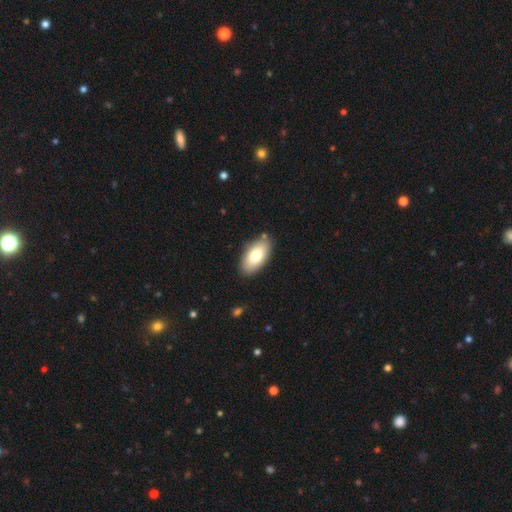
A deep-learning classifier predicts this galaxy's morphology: Overall: smooth (76%). How rounded: in between (93%). Merging: none (85%).